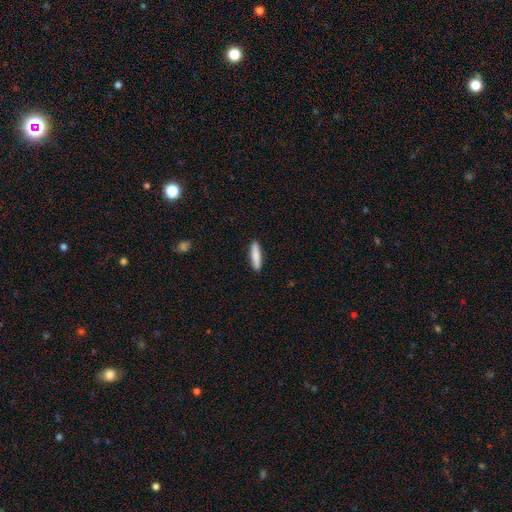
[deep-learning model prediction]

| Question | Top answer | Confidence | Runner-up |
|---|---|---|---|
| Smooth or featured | smooth | 85% | featured or disk (10%) |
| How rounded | cigar-shaped | 82% | in between (16%) |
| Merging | none | 91% | minor disturbance (7%) |